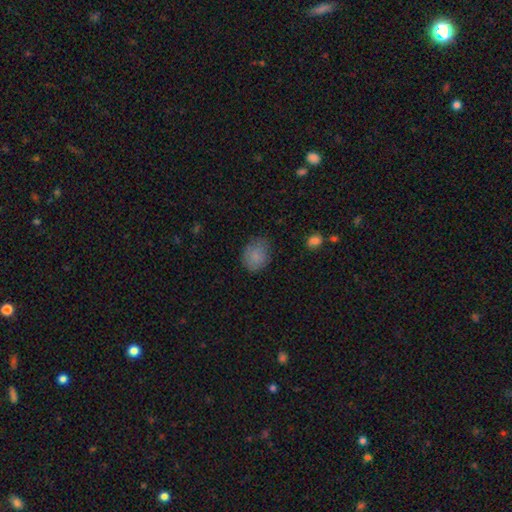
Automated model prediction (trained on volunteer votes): The model was most divided on "how rounded": in between: 50%, round: 49%, cigar-shaped: 1%. More confident: smooth or featured — smooth (82%); merging — none (71%).